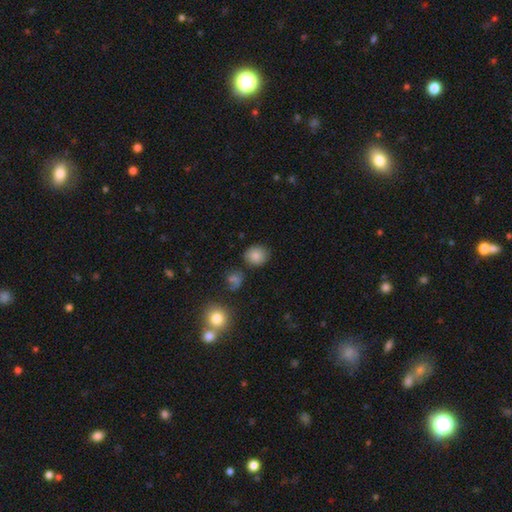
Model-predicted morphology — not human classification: A smooth galaxy with no disk features (83%) that is round (79%). Merging: none (81%).